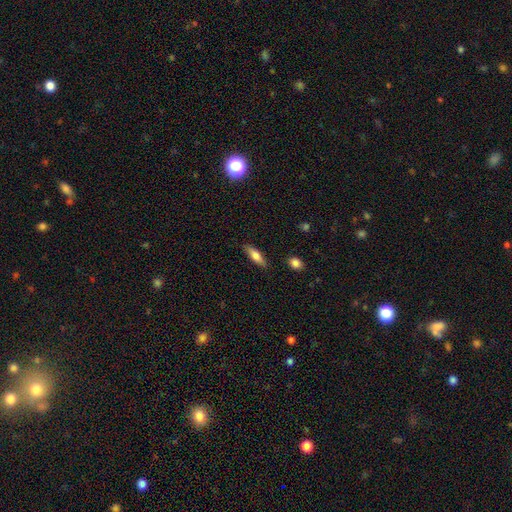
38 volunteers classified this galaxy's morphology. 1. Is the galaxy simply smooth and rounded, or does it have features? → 74% smooth, 18% featured or disk, 8% star or artifact.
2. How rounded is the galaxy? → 57% cigar-shaped, 43% in between, 0% round.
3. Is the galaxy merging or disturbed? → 71% none, 20% minor disturbance, 9% major disturbance, 0% merger.